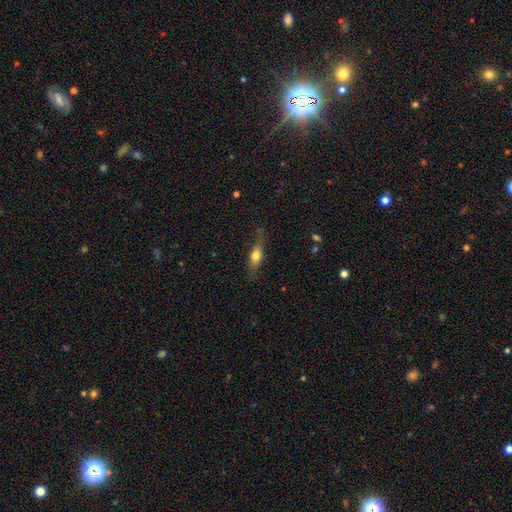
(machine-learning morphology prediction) Smooth or featured?
  - smooth: 59% *
  - featured or disk: 33%
  - star or artifact: 8%
How rounded?
  - cigar-shaped: 48% *
  - in between: 47%
  - round: 5%
Merging?
  - none: 73% *
  - minor disturbance: 20%
  - major disturbance: 6%
  - merger: 2%